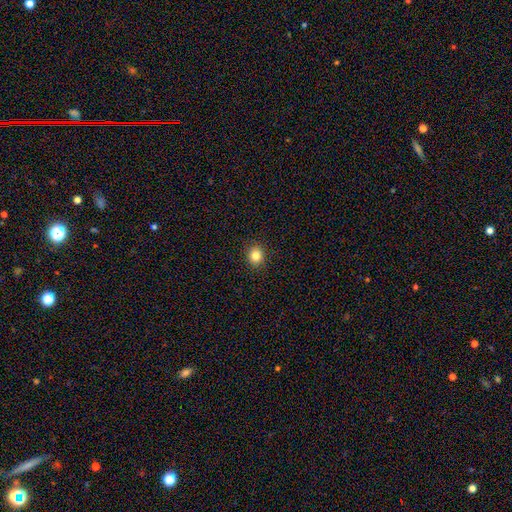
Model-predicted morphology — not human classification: Smooth or featured? smooth (83%)
How rounded? round (84%)
Merging? none (92%)